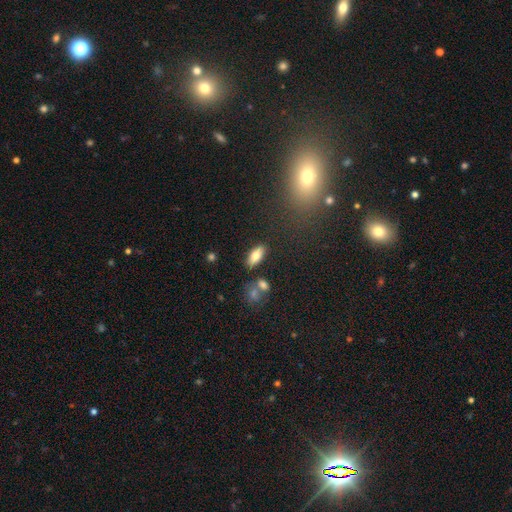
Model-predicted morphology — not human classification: Q: Smooth or featured?
A: smooth (79%); runner-up: featured or disk (13%)
Q: How rounded?
A: in between (85%); runner-up: cigar-shaped (12%)
Q: Merging?
A: none (81%); runner-up: minor disturbance (10%)